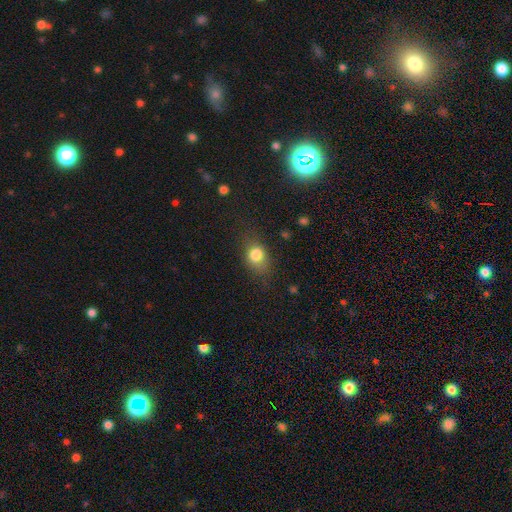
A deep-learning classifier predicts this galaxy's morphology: Smooth or featured?
  - smooth: 80% *
  - star or artifact: 11%
  - featured or disk: 10%
How rounded?
  - in between: 58% *
  - round: 40%
  - cigar-shaped: 2%
Merging?
  - none: 66% *
  - minor disturbance: 23%
  - major disturbance: 9%
  - merger: 2%